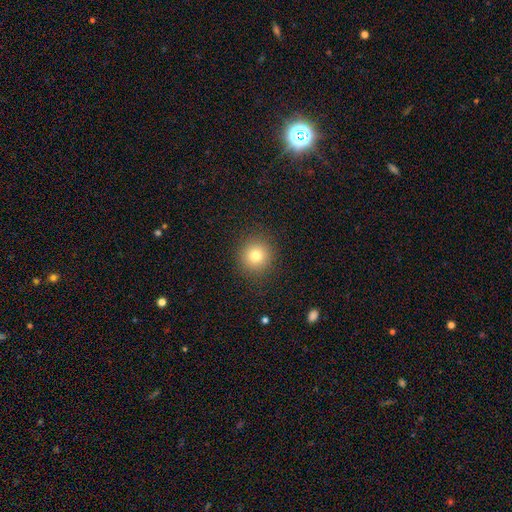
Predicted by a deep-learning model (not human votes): Smooth or featured? smooth (78%)
How rounded? round (93%)
Merging? none (90%)